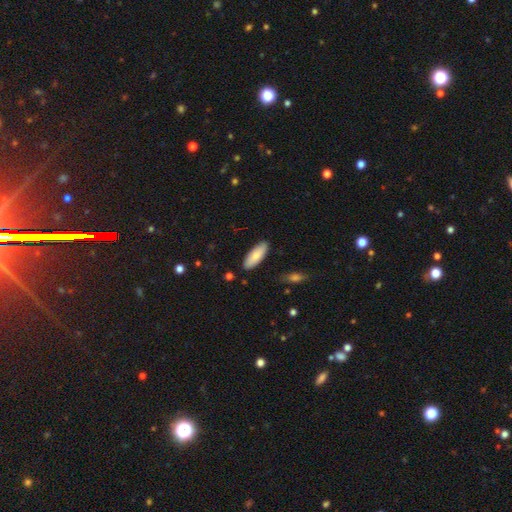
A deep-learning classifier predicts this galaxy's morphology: Smooth or featured? Predicted: smooth (p=0.83). How rounded? Predicted: in between (p=0.72). Merging? Predicted: none (p=0.88).